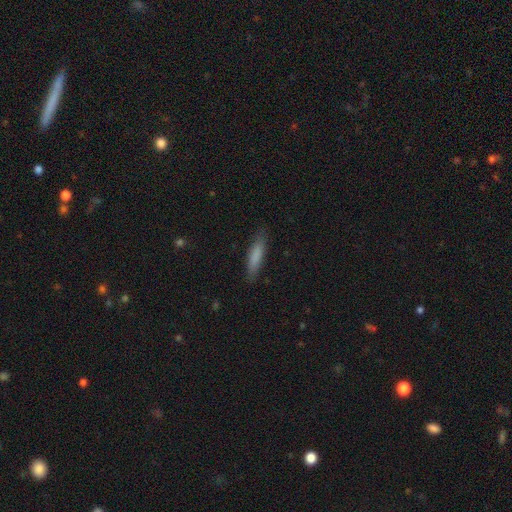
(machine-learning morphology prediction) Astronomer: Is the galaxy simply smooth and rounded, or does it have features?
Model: smooth — 82%.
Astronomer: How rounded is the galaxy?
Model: cigar-shaped — 79%.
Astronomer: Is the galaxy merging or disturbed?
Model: none — 85%.